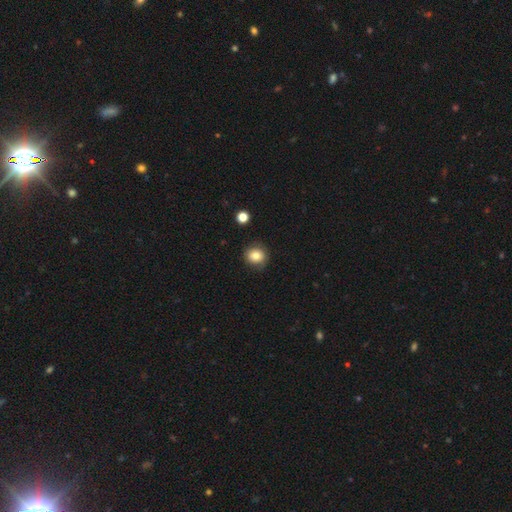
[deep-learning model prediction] smooth 81%, star or artifact 10%, featured or disk 8%. Down the decision tree: how rounded — round (84%); merging — none (84%).